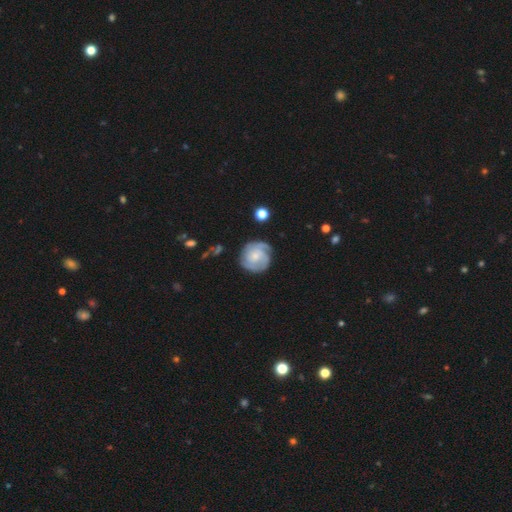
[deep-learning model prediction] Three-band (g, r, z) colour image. It shows a featured or disk galaxy (73%) with no bar (73%), 3 (33%) tight (59%) spiral arms (94%) and a small central bulge (60%). Merging: none (73%).